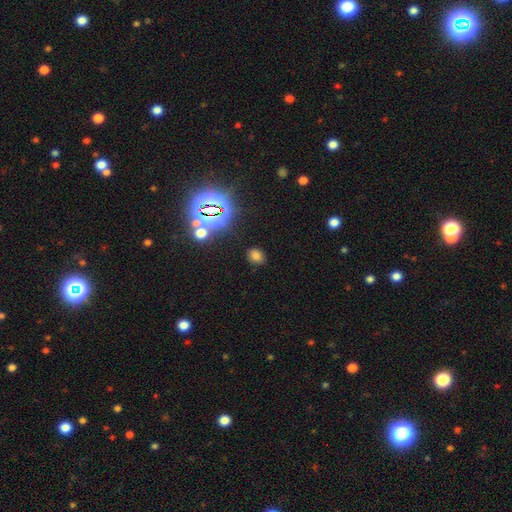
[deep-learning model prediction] Overall: smooth (68%). How rounded: round (53%; in between 46%). Merging: none (84%).